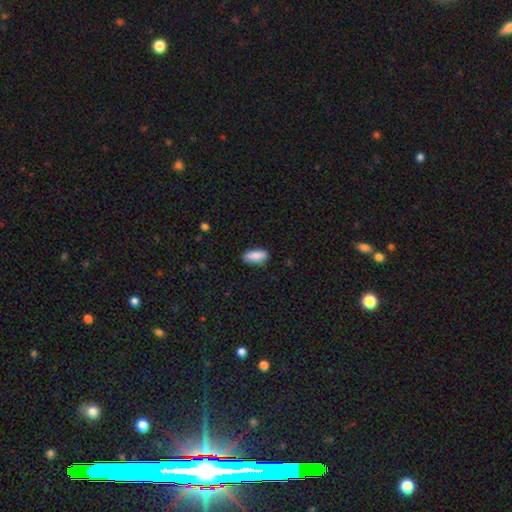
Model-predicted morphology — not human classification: Overall: smooth (88%). How rounded: in between (81%). Merging: none (80%).